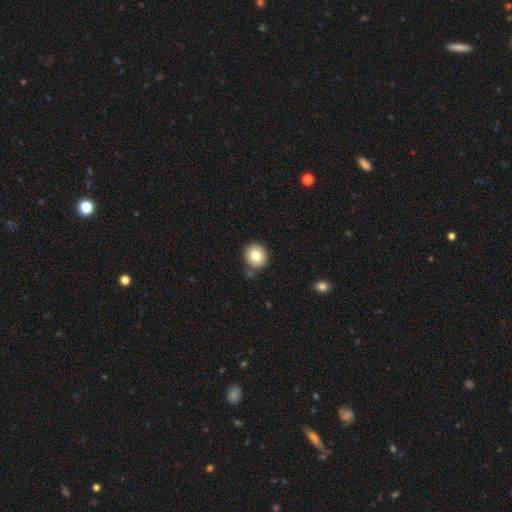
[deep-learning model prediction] Morphology: type=smooth (81%); roundness=round (91%); merging=none (80%).